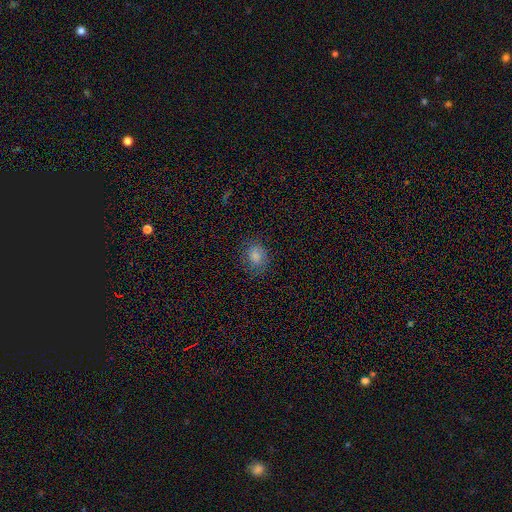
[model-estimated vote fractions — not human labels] smooth_or_featured: smooth (p=0.81) [alt: star or artifact p=0.11]
how_rounded: round (p=0.60) [alt: in between p=0.39]
merging: none (p=0.76) [alt: minor disturbance p=0.17]